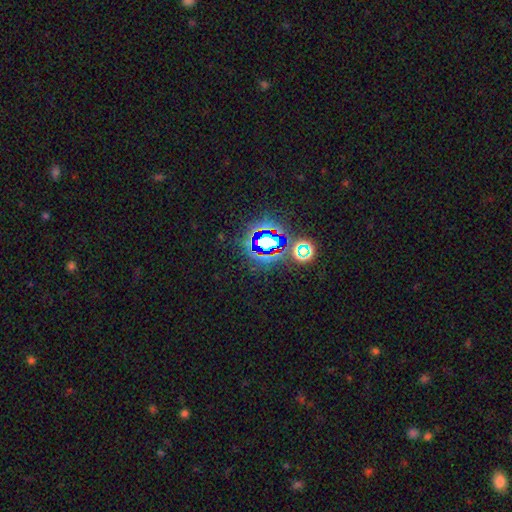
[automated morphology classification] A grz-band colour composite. It shows a star or artifact, not a galaxy (75%).